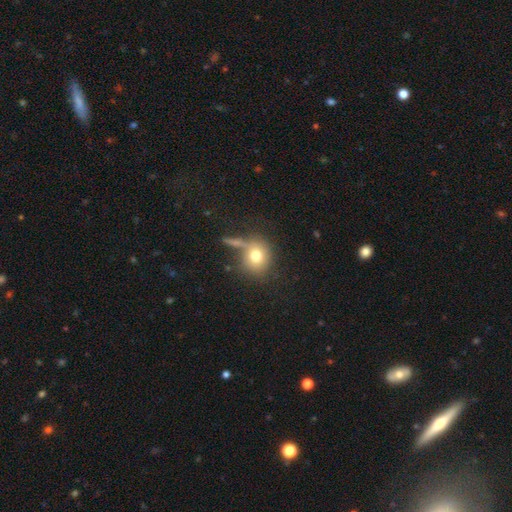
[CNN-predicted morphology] A smooth galaxy with no disk features (74%) that is round (80%). Merging: none (56%).